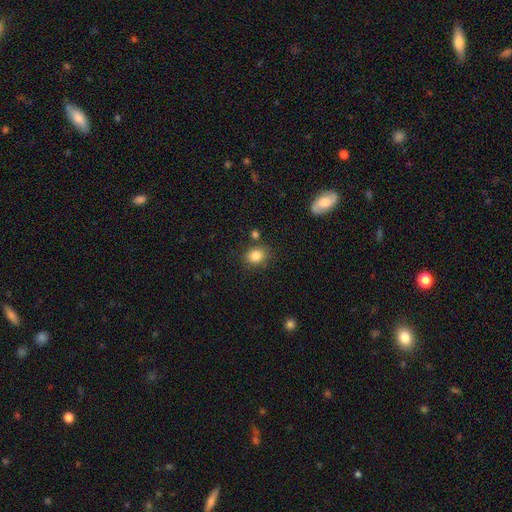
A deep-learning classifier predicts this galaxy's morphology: smooth 84%, star or artifact 10%, featured or disk 6%. Down the decision tree: how rounded — round (54%); merging — none (77%).